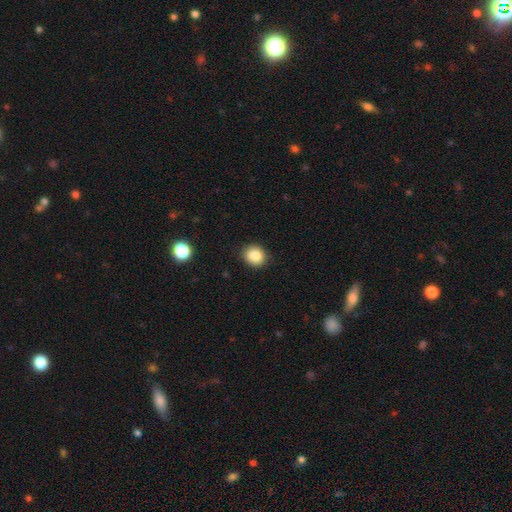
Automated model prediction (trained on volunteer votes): Overall: smooth (86%). How rounded: round (73%). Merging: none (88%).